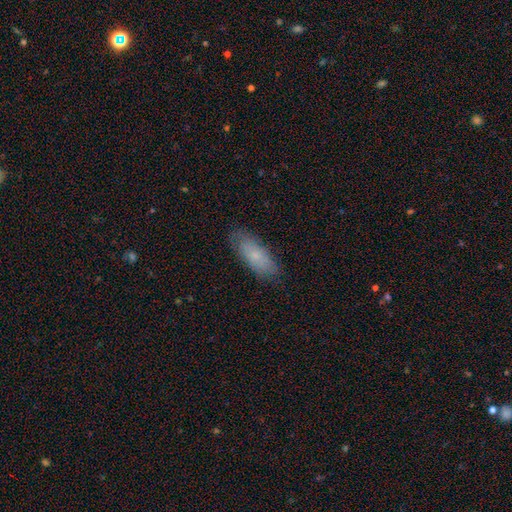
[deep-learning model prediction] Morphology: type=smooth (73%); roundness=in between (72%); merging=none (80%).